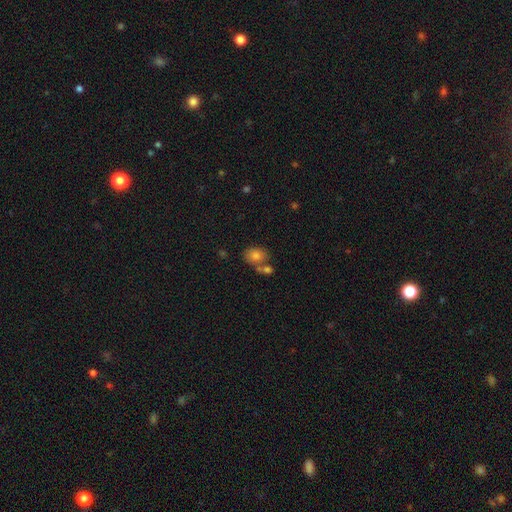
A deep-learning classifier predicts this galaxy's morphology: Smooth or featured?
  - smooth: 79% *
  - featured or disk: 11%
  - star or artifact: 10%
How rounded?
  - in between: 61% *
  - round: 37%
  - cigar-shaped: 1%
Merging?
  - none: 51% *
  - merger: 30%
  - minor disturbance: 14%
  - major disturbance: 5%